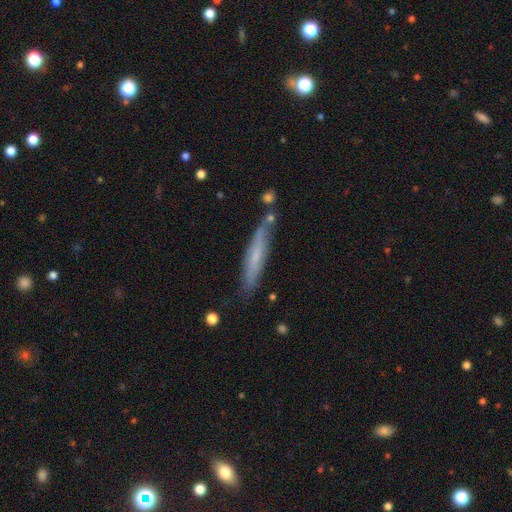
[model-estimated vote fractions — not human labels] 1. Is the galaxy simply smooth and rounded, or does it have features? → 51% smooth, 42% featured or disk, 7% star or artifact.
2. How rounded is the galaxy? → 92% cigar-shaped, 7% in between, 1% round.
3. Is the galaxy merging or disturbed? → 76% none, 15% minor disturbance, 6% merger, 3% major disturbance.